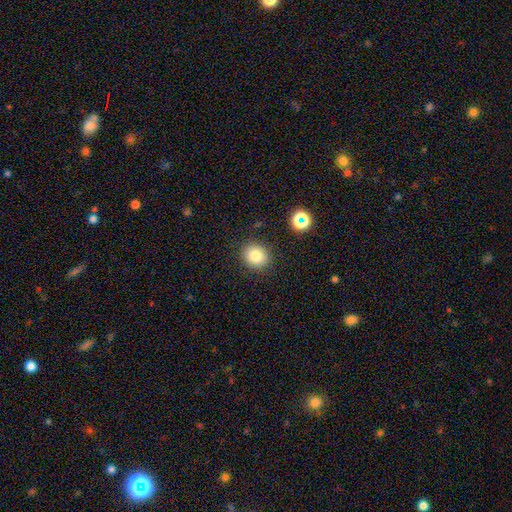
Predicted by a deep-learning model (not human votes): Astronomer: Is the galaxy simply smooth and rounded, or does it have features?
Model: smooth — 81%.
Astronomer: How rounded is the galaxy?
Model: round — 82%.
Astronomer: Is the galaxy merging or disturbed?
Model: none — 88%.